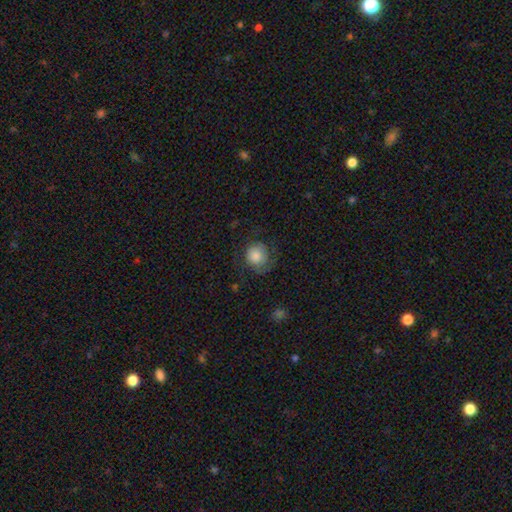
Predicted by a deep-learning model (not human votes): Overall: smooth (74%). How rounded: round (85%). Merging: none (60%; minor disturbance 22%).